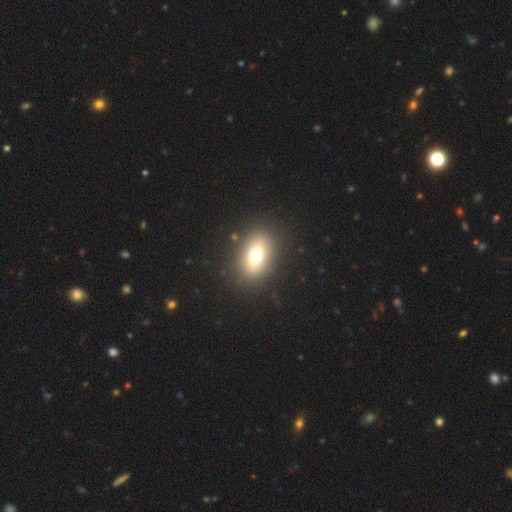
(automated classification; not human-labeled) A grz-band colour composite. It shows a smooth galaxy with no disk features (68%) that is in between round and cigar-shaped (69%). Merging: none (87%).